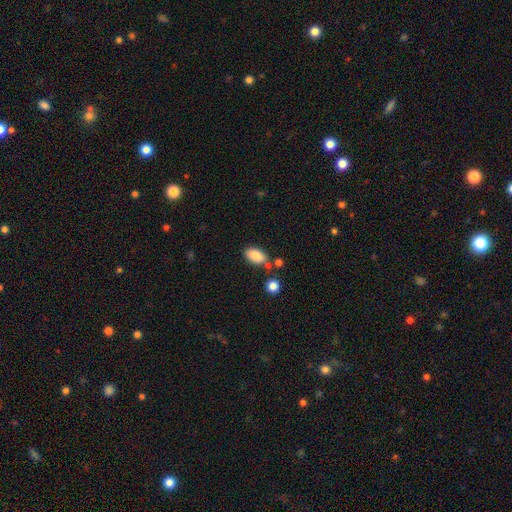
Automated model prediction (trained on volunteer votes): Smooth or featured?
  - smooth: 87% *
  - star or artifact: 8%
  - featured or disk: 6%
How rounded?
  - in between: 92% *
  - round: 5%
  - cigar-shaped: 3%
Merging?
  - none: 73% *
  - minor disturbance: 13%
  - merger: 10%
  - major disturbance: 3%